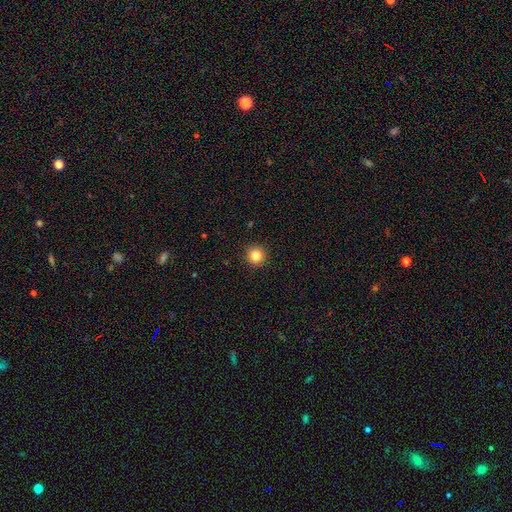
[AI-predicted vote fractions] A smooth galaxy with no disk features (83%) that is round (95%).

Vote fractions:
- Smooth or featured? smooth: 83% / star or artifact: 11% / featured or disk: 6%
- How rounded? round: 95% / in between: 4% / cigar-shaped: 1%
- Merging? none: 93% / minor disturbance: 5% / major disturbance: 2% / merger: 1%